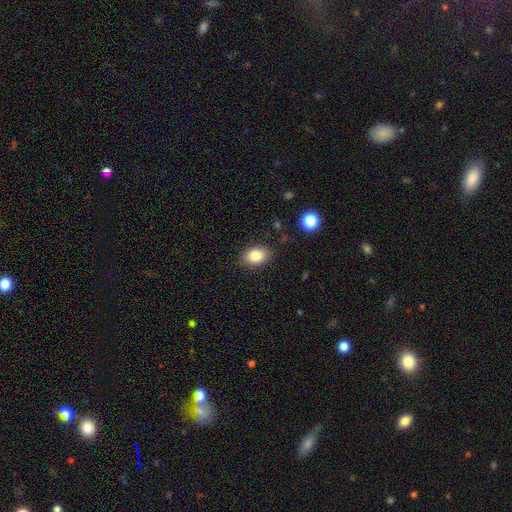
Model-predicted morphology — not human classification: smooth 83%, star or artifact 8%, featured or disk 8%. Down the decision tree: how rounded — in between (83%); merging — none (85%).